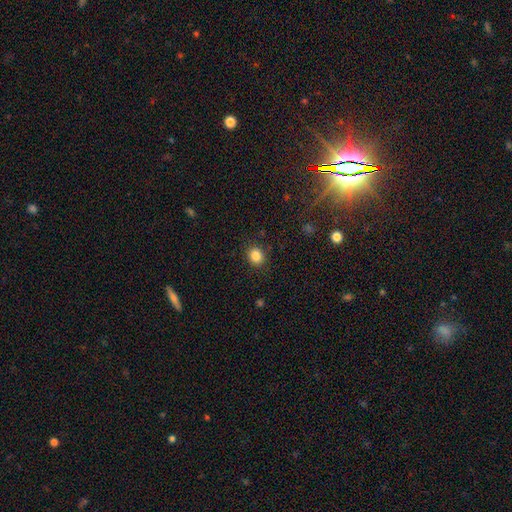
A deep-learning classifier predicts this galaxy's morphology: The model was most divided on "how rounded": round: 73%, in between: 27%, cigar-shaped: 1%. More confident: merging — none (89%); smooth or featured — smooth (85%).